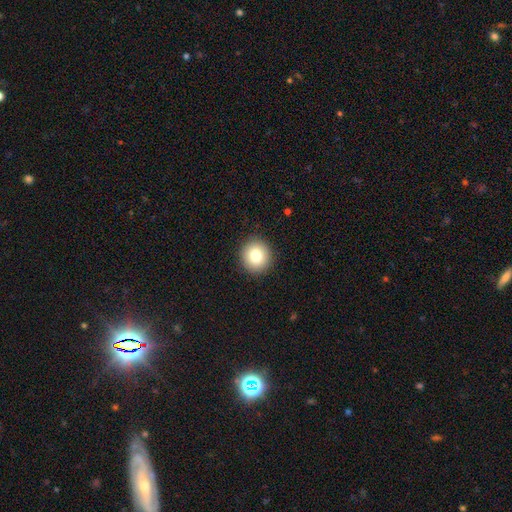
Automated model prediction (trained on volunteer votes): This appears to be a smooth galaxy with no disk features (80%) that is round (92%). Merging: none (92%).